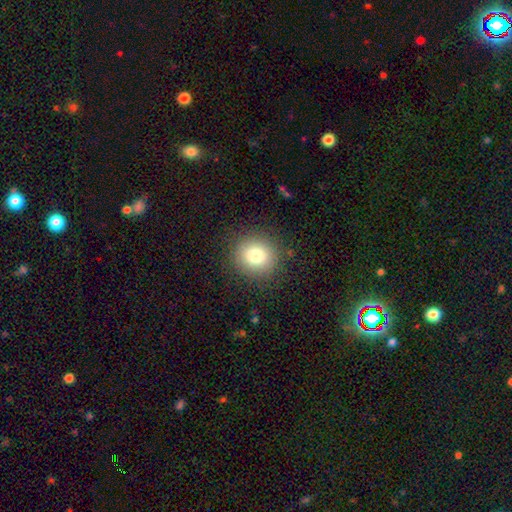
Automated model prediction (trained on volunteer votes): smooth 81%, star or artifact 11%, featured or disk 8%. Down the decision tree: how rounded — round (90%); merging — none (88%).